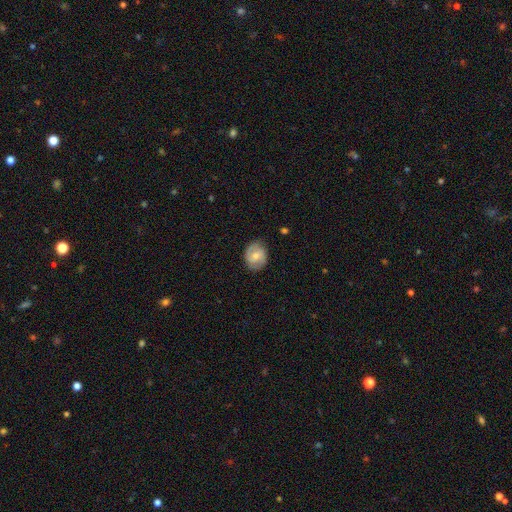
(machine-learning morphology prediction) Overall: featured or disk (47%; smooth 46%). Merging: none (81%).